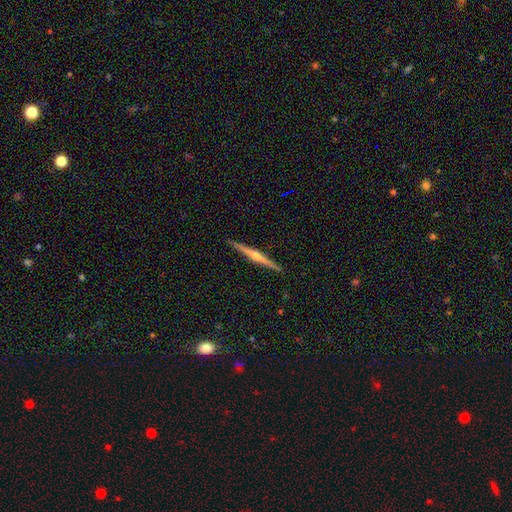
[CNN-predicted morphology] smooth-or-featured: featured or disk: 80% | smooth: 14% | star or artifact: 6%
  disk-edge-on: yes: 98% | no: 2%
    edge-on-bulge: rounded: 84% | none: 11% | boxy: 6%
  merging: none: 92% | minor disturbance: 6% | major disturbance: 1% | merger: 1%